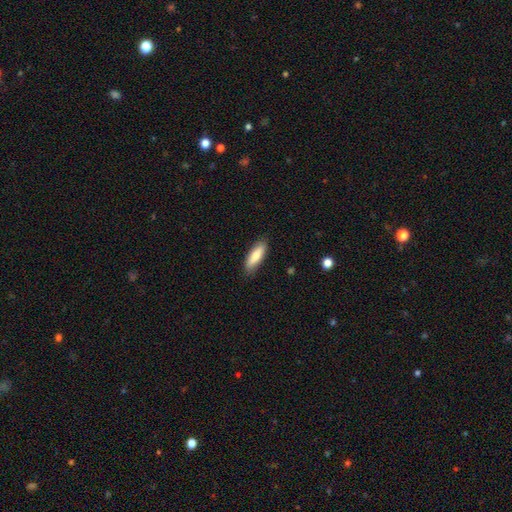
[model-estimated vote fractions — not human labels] The model was most divided on "how rounded": in between: 52%, cigar-shaped: 46%, round: 2%. More confident: merging — none (85%); smooth or featured — smooth (80%).